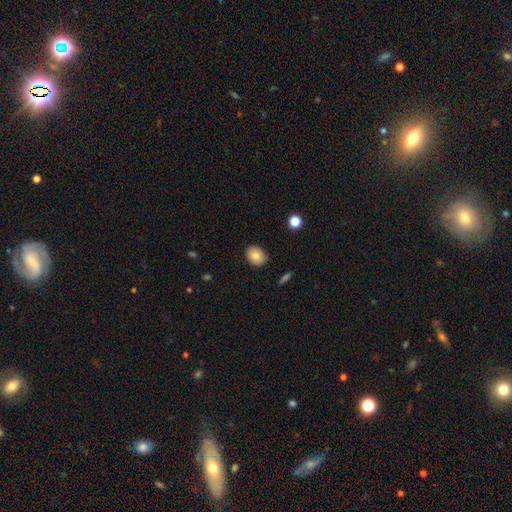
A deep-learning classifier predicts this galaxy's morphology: type=smooth (80%); roundness=round (52%); merging=none (87%).